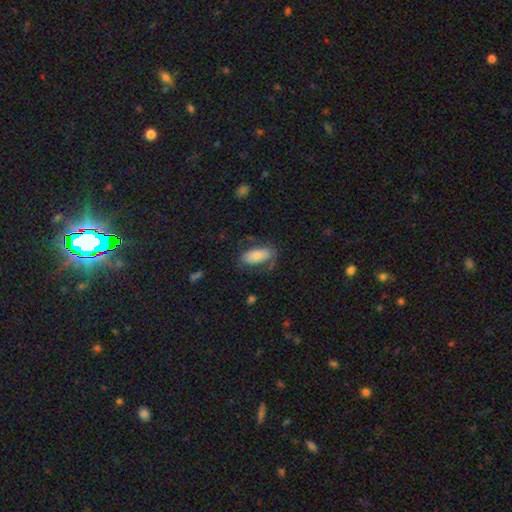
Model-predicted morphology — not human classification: A smooth galaxy with no disk features (66%) that is in between round and cigar-shaped (90%). Merging: none (61%).